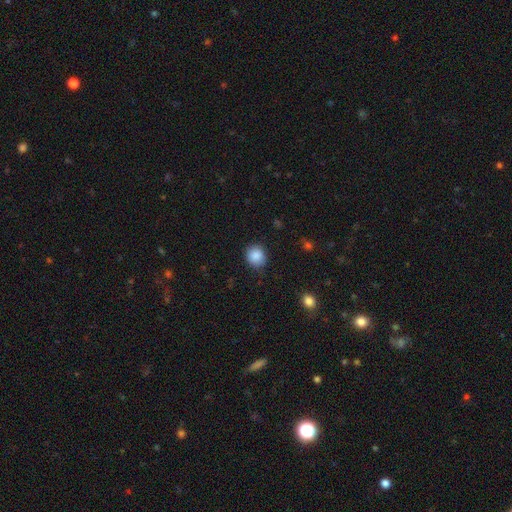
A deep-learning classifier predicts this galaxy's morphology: type=smooth (88%); roundness=round (83%); merging=none (84%).